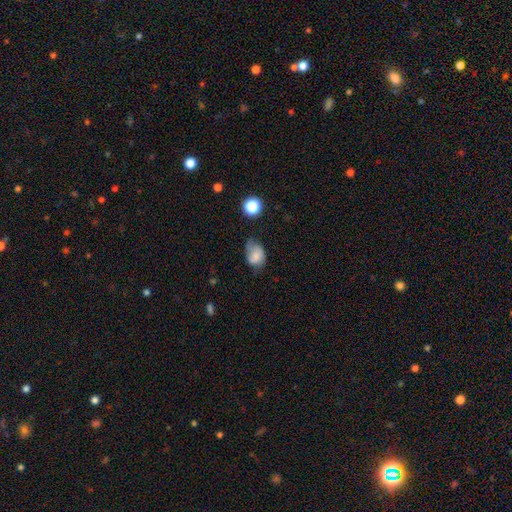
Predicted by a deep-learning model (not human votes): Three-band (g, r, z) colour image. It shows a smooth galaxy with no disk features (73%) that is in between round and cigar-shaped (71%). Merging: none (39%, tied with minor disturbance).